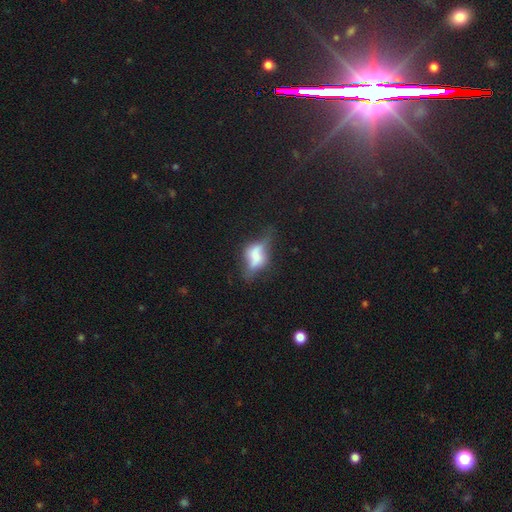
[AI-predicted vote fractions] Smooth or featured? Predicted: featured or disk (p=0.54). Edge-on disk? Predicted: yes (p=0.54). Merging? Predicted: none (p=0.36).